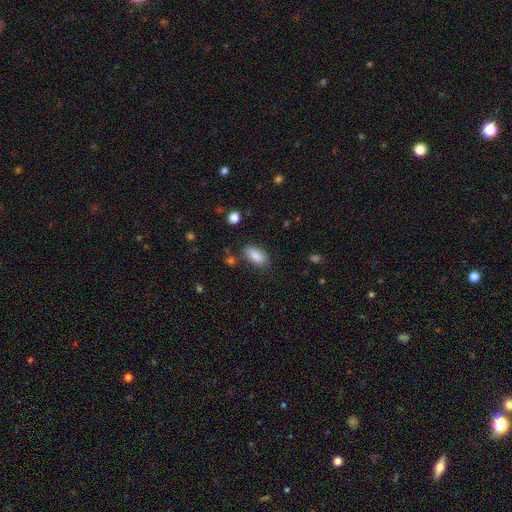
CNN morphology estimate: smooth_or_featured: smooth (p=0.86) [alt: star or artifact p=0.08]
how_rounded: in between (p=0.88) [alt: cigar-shaped p=0.09]
merging: none (p=0.78) [alt: minor disturbance p=0.15]